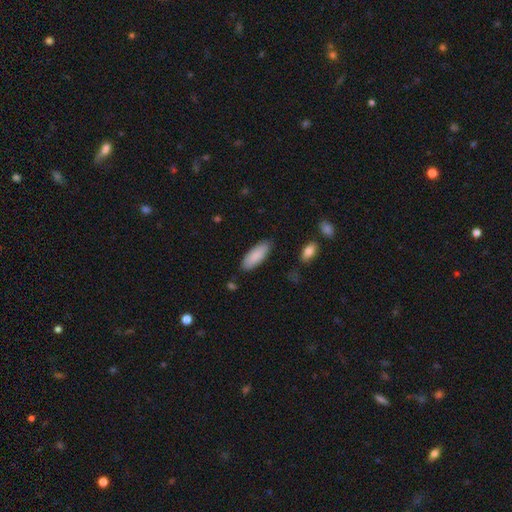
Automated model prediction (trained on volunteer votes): This is clearly a smooth galaxy (88%). How rounded: likely in between (73%). Merging: clearly none (85%).